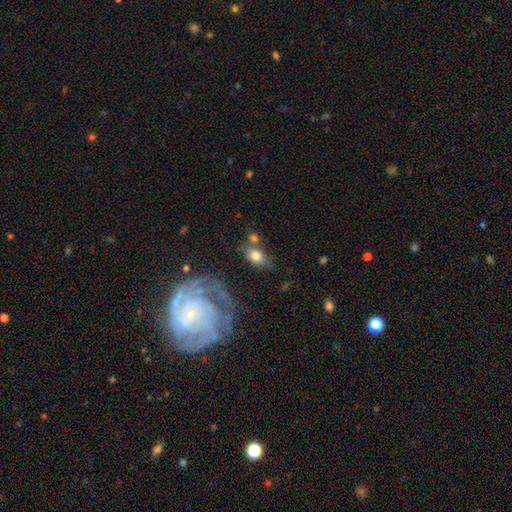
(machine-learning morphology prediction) A smooth galaxy with no disk features (77%) that is in between round and cigar-shaped (83%).

Vote fractions:
- Smooth or featured? smooth: 77% / featured or disk: 16% / star or artifact: 7%
- How rounded? in between: 83% / round: 14% / cigar-shaped: 3%
- Merging? none: 61% / minor disturbance: 16% / merger: 16% / major disturbance: 7%